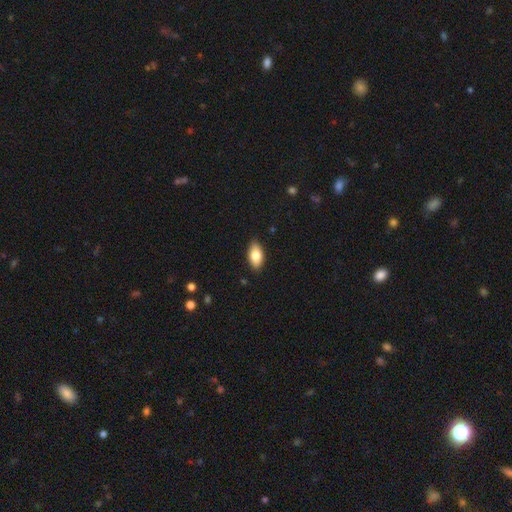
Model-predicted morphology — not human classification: smooth_or_featured: smooth (p=0.81) [alt: featured or disk p=0.13]
how_rounded: in between (p=0.92) [alt: cigar-shaped p=0.05]
merging: none (p=0.87) [alt: minor disturbance p=0.10]